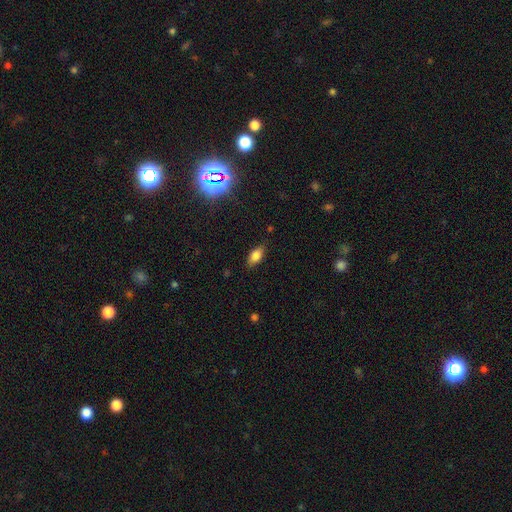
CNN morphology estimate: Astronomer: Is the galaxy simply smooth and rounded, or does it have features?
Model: smooth — 79%.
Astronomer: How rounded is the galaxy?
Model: in between — 87%.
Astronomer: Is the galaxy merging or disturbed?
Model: none — 82%.